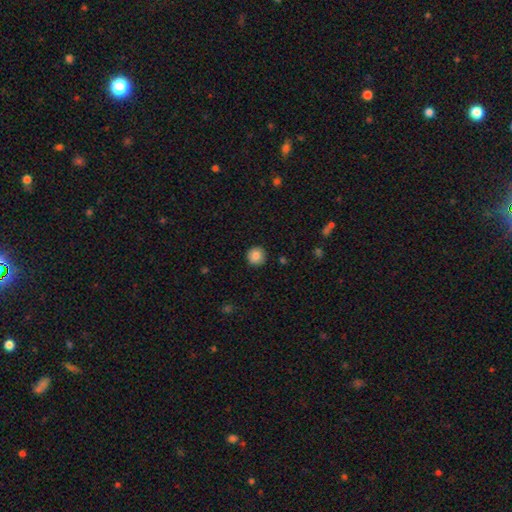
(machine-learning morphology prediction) Q: Smooth or featured?
A: smooth (85%); runner-up: star or artifact (9%)
Q: How rounded?
A: round (94%); runner-up: in between (5%)
Q: Merging?
A: none (92%); runner-up: minor disturbance (6%)